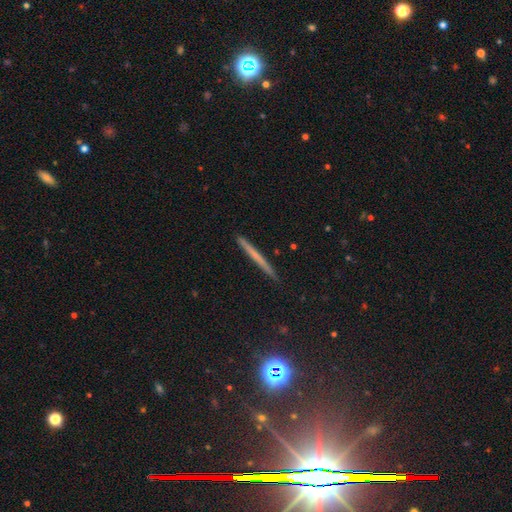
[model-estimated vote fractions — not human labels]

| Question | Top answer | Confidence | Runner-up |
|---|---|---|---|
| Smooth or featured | smooth | 48% | featured or disk (41%) |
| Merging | none | 91% | minor disturbance (6%) |